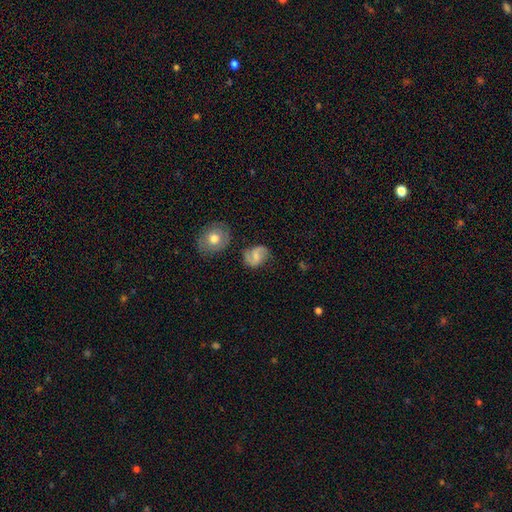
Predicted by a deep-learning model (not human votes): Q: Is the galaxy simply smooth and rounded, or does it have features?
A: featured or disk — 67%.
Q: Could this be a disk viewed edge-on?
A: no — 98%.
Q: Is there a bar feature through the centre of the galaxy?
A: weak — 52%.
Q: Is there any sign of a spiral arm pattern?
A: yes — 92%.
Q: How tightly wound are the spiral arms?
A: medium — 44%.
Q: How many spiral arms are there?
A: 2 — 90%.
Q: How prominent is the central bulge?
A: small — 46%.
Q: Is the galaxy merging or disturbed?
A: none — 71%.